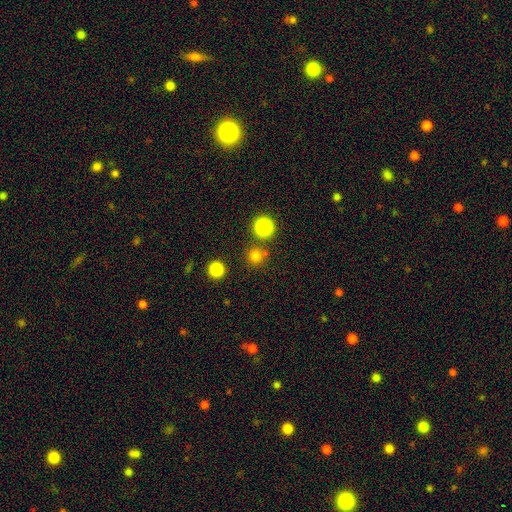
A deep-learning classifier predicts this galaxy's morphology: smooth 75%, star or artifact 21%, featured or disk 5%. Down the decision tree: how rounded — round (94%); merging — none (79%).